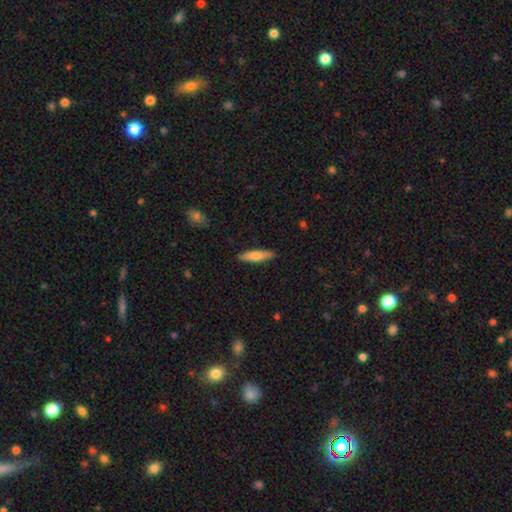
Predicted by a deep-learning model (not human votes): smooth-or-featured: smooth: 72% | featured or disk: 23% | star or artifact: 5%
  how-rounded: cigar-shaped: 80% | in between: 19% | round: 2%
  merging: none: 89% | minor disturbance: 8% | major disturbance: 2% | merger: 1%